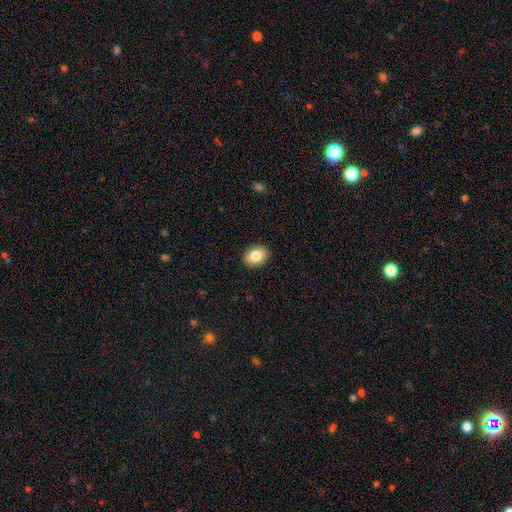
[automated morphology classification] smooth_or_featured: smooth (p=0.83) [alt: featured or disk p=0.10]
how_rounded: in between (p=0.79) [alt: round p=0.20]
merging: none (p=0.90) [alt: minor disturbance p=0.07]